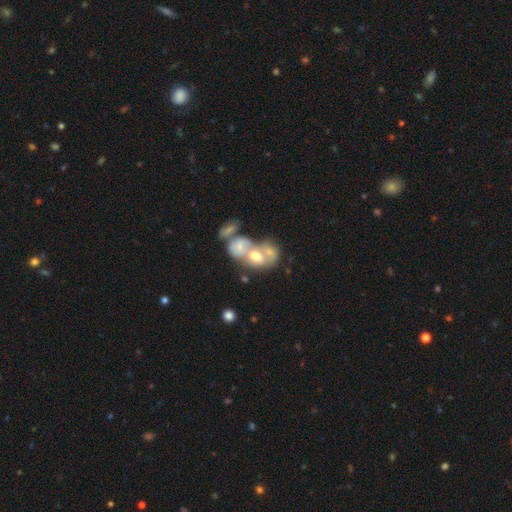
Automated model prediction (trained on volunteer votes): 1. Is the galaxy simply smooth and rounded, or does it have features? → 48% featured or disk, 41% smooth, 12% star or artifact.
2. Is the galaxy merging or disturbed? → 74% merger, 12% none, 8% major disturbance, 6% minor disturbance.